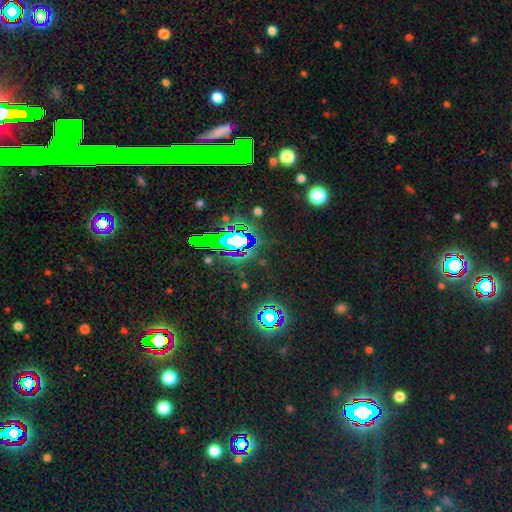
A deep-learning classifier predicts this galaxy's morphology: Smooth or featured?
  - star or artifact: 77% *
  - smooth: 12%
  - featured or disk: 12%